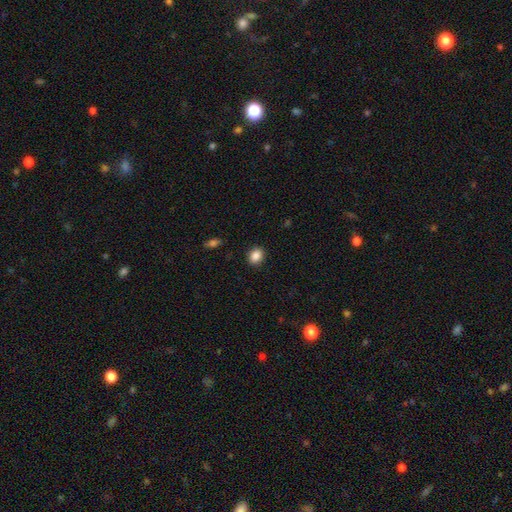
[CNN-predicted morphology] Overall: smooth (87%). How rounded: round (53%; in between 46%). Merging: none (90%).